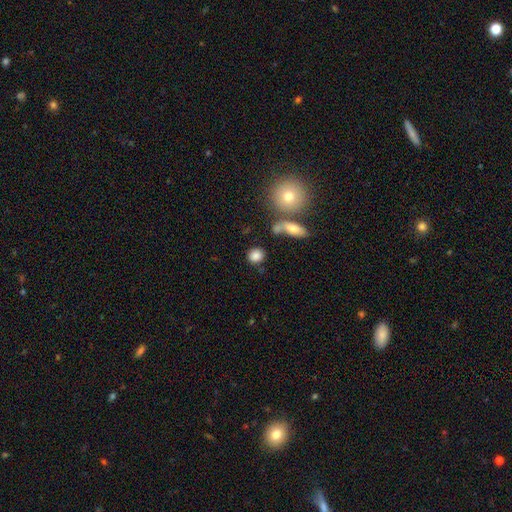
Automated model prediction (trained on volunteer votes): This appears to be a smooth galaxy with no disk features (83%) that is round (76%). Merging: none (76%).